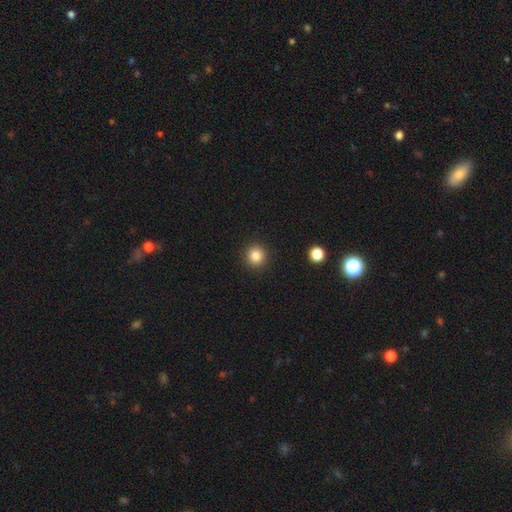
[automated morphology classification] Smooth or featured: smooth — 84% (star or artifact — 11%)
How rounded: round — 94% (in between — 6%)
Merging: none — 92% (minor disturbance — 5%)